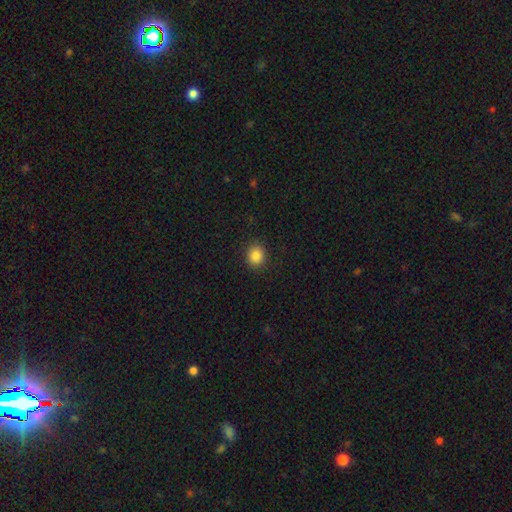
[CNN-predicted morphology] Smooth or featured?
  - smooth: 86% *
  - star or artifact: 10%
  - featured or disk: 4%
How rounded?
  - round: 79% *
  - in between: 21%
  - cigar-shaped: 1%
Merging?
  - none: 90% *
  - minor disturbance: 7%
  - major disturbance: 2%
  - merger: 1%